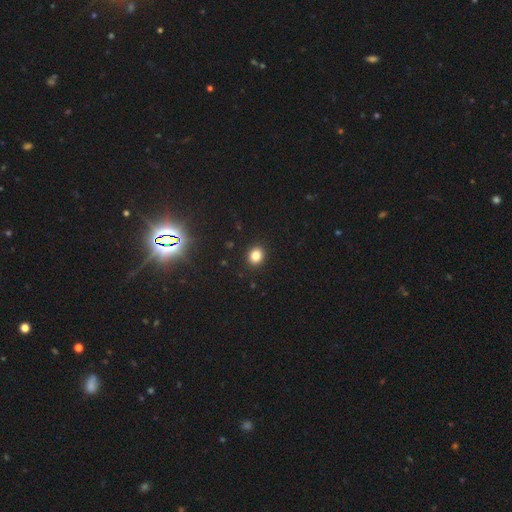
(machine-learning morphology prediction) A smooth galaxy with no disk features (82%) that is round (65%). Merging: none (91%).